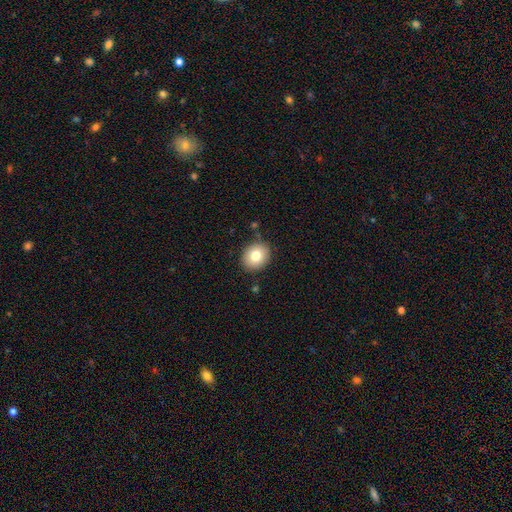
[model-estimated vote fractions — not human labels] smooth-or-featured: smooth: 79% | featured or disk: 11% | star or artifact: 9%
  how-rounded: round: 63% | in between: 36% | cigar-shaped: 1%
  merging: none: 85% | minor disturbance: 10% | major disturbance: 2% | merger: 2%